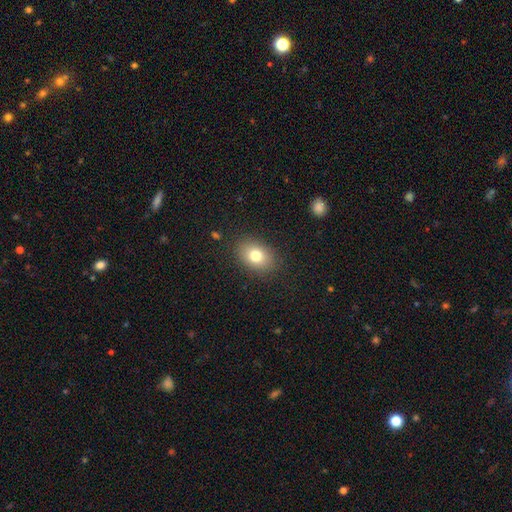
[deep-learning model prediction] A smooth galaxy with no disk features (78%) that is in between round and cigar-shaped (76%). Merging: none (86%).